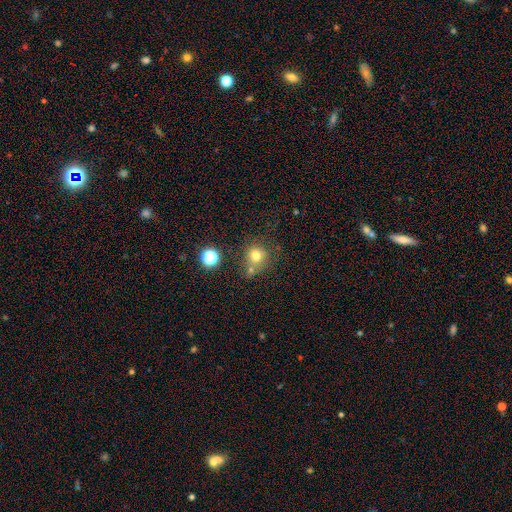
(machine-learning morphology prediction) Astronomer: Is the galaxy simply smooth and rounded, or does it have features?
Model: smooth — 75%.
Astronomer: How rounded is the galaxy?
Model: round — 84%.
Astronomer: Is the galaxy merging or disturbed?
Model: none — 59%.